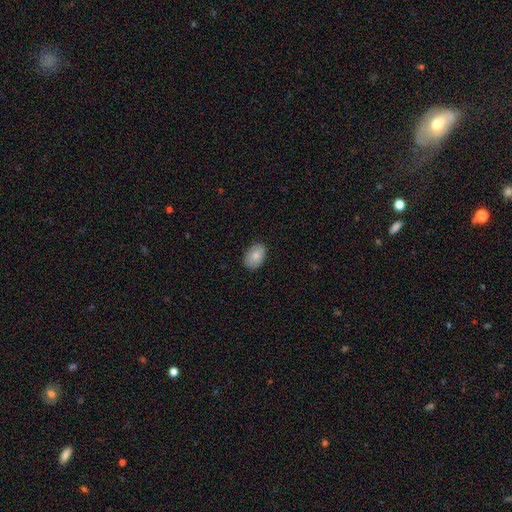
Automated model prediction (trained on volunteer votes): A smooth galaxy with no disk features (83%) that is in between round and cigar-shaped (84%).

Vote fractions:
- Smooth or featured? smooth: 83% / featured or disk: 10% / star or artifact: 7%
- How rounded? in between: 84% / round: 15% / cigar-shaped: 1%
- Merging? none: 86% / minor disturbance: 11% / major disturbance: 2% / merger: 1%